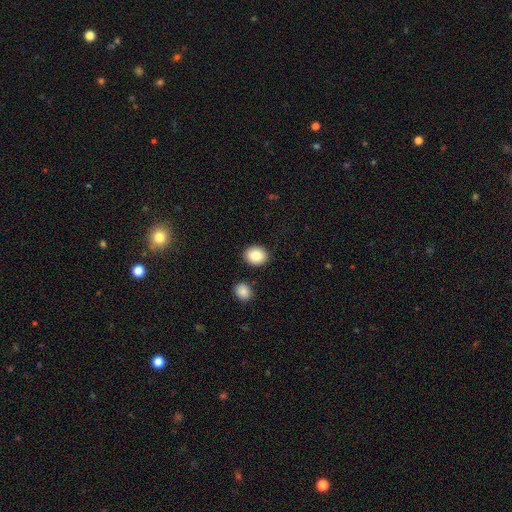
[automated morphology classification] This is clearly a smooth galaxy (84%). How rounded: possibly round (59%). Merging: clearly none (87%).